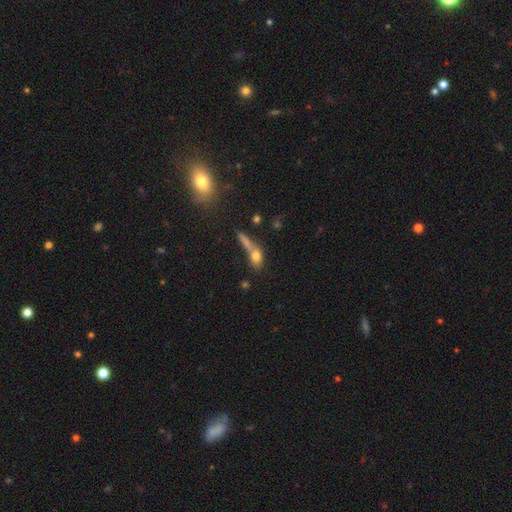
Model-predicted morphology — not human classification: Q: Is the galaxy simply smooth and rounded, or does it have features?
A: smooth — 71%.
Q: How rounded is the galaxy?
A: in between — 57%.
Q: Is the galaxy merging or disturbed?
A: merger — 40%.